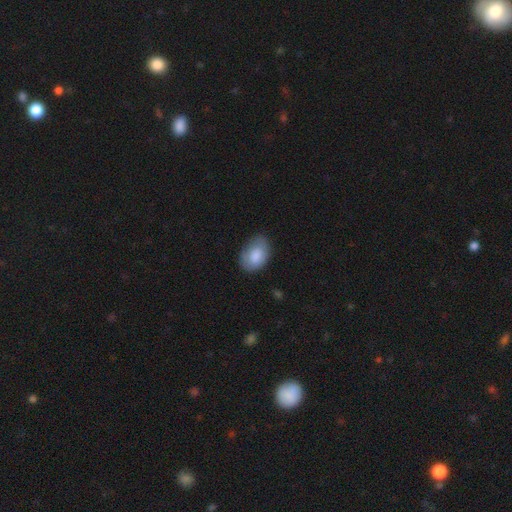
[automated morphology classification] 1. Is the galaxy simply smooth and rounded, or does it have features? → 83% smooth, 11% featured or disk, 6% star or artifact.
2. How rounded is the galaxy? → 89% in between, 10% round, 1% cigar-shaped.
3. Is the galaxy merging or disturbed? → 72% none, 21% minor disturbance, 5% major disturbance, 1% merger.